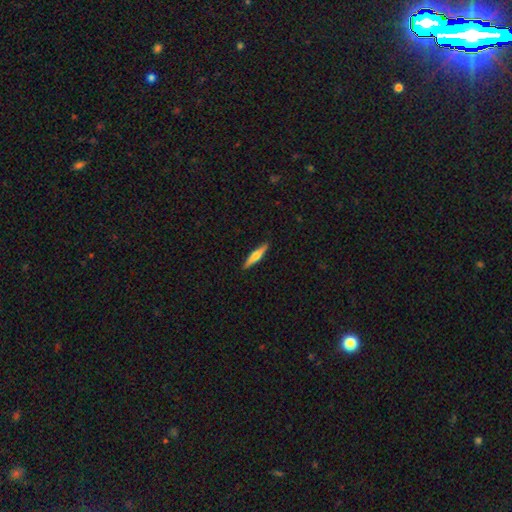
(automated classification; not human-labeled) Smooth or featured?
  - smooth: 54% *
  - featured or disk: 41%
  - star or artifact: 5%
How rounded?
  - cigar-shaped: 88% *
  - in between: 11%
  - round: 2%
Merging?
  - none: 90% *
  - minor disturbance: 7%
  - major disturbance: 1%
  - merger: 1%